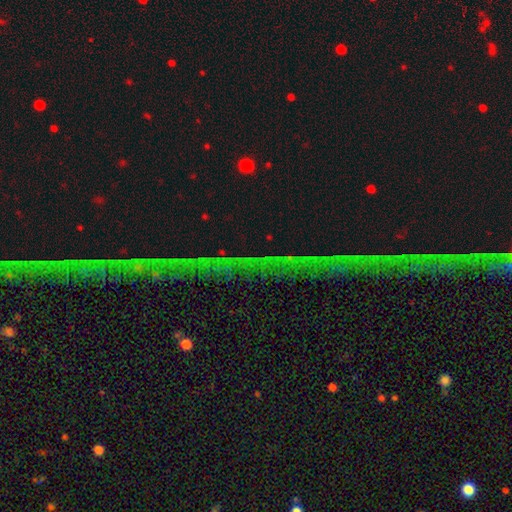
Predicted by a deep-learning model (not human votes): Q: Smooth or featured?
A: star or artifact (76%); runner-up: featured or disk (13%)